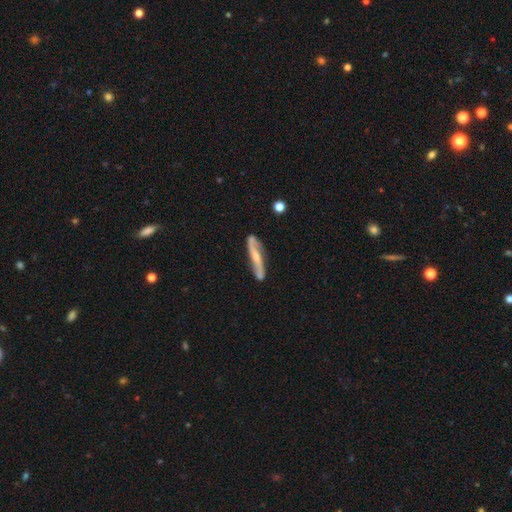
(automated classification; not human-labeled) Smooth or featured? featured or disk (68%)
Edge-on disk? no (62%)
Merging? none (70%)